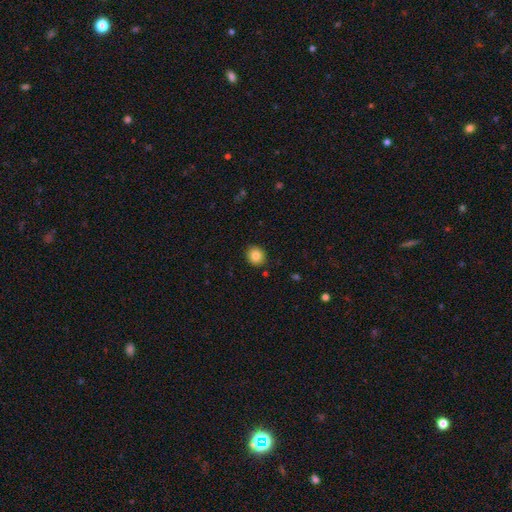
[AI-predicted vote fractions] Smooth or featured? smooth (84%)
How rounded? round (79%)
Merging? none (90%)